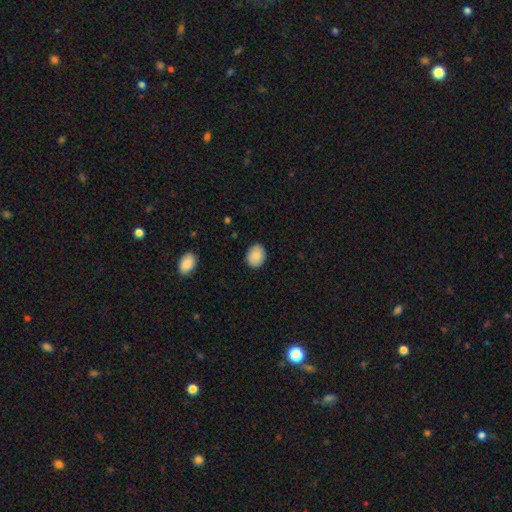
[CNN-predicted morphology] smooth_or_featured: smooth (p=0.85) [alt: featured or disk p=0.08]
how_rounded: in between (p=0.51) [alt: round p=0.48]
merging: none (p=0.87) [alt: minor disturbance p=0.10]